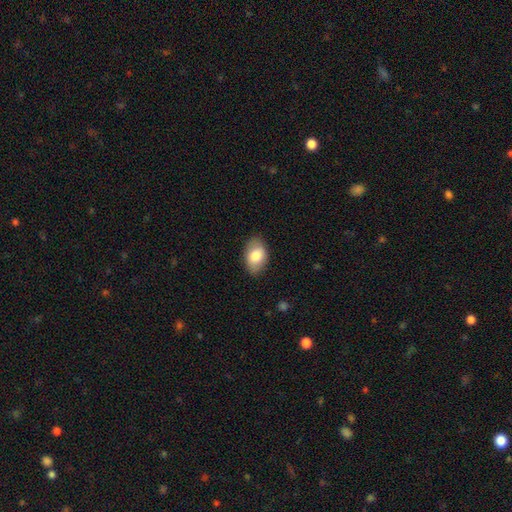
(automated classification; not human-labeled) smooth 80%, featured or disk 13%, star or artifact 7%. Down the decision tree: how rounded — in between (90%); merging — none (84%).